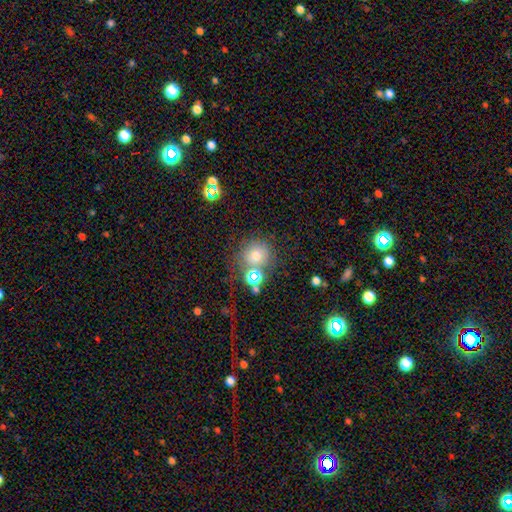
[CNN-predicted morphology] Smooth or featured? smooth (69%)
How rounded? round (87%)
Merging? none (60%)